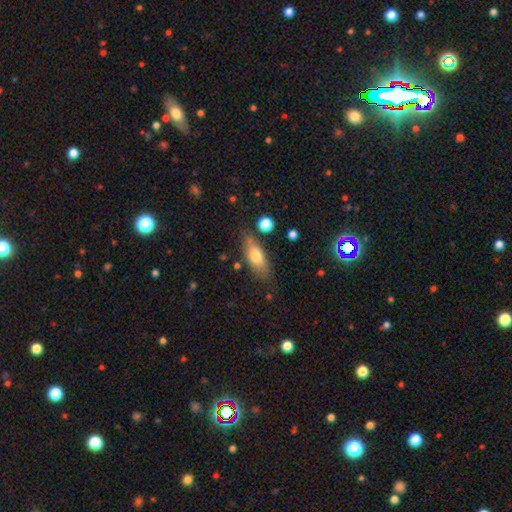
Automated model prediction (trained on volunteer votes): smooth-or-featured: smooth: 71% | featured or disk: 23% | star or artifact: 7%
  how-rounded: in between: 74% | cigar-shaped: 23% | round: 3%
  merging: none: 75% | minor disturbance: 17% | major disturbance: 4% | merger: 4%